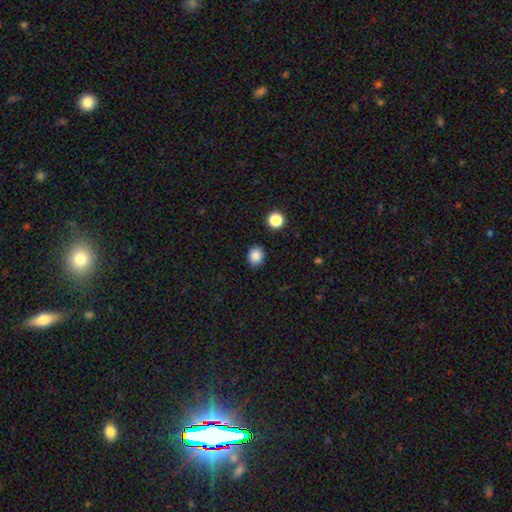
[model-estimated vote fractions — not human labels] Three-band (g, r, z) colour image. It shows a smooth galaxy with no disk features (87%) that is round (52%). Merging: none (87%).